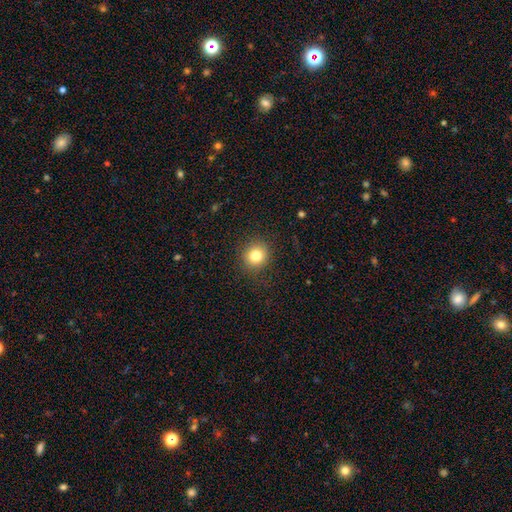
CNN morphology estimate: smooth-or-featured: smooth: 80% | star or artifact: 12% | featured or disk: 8%
  how-rounded: round: 90% | in between: 9% | cigar-shaped: 1%
  merging: none: 88% | minor disturbance: 8% | major disturbance: 3% | merger: 1%